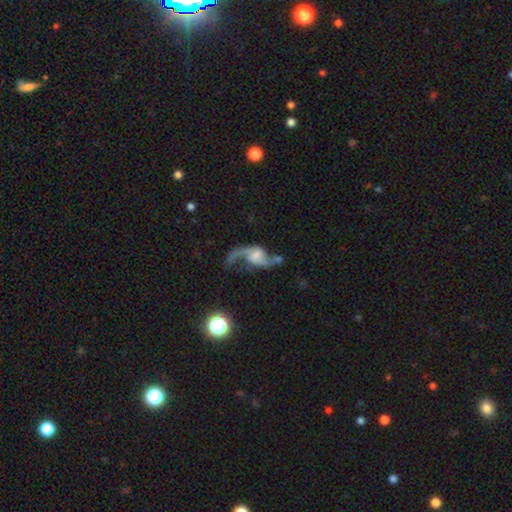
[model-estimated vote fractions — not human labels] A featured or disk galaxy (87%) with a weak bar (45%), 2 (91%) loose (85%) spiral arms (95%) and no central bulge (33%). Merging: none (52%).